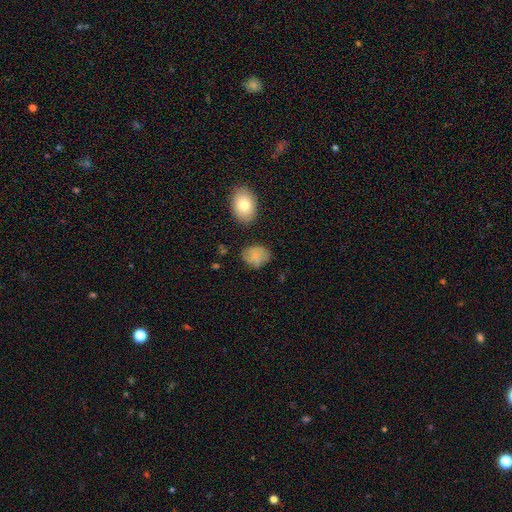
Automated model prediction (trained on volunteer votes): This is likely a smooth galaxy (67%). How rounded: possibly in between (58%). Merging: likely none (66%).